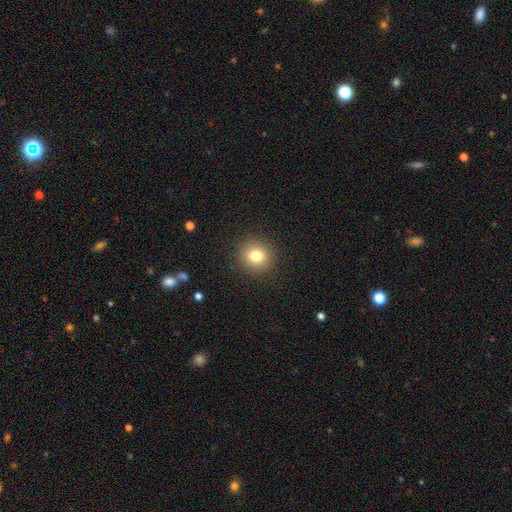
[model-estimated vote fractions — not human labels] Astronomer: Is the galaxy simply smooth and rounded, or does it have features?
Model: smooth — 79%.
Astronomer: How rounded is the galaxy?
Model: round — 91%.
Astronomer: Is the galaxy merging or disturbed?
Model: none — 91%.